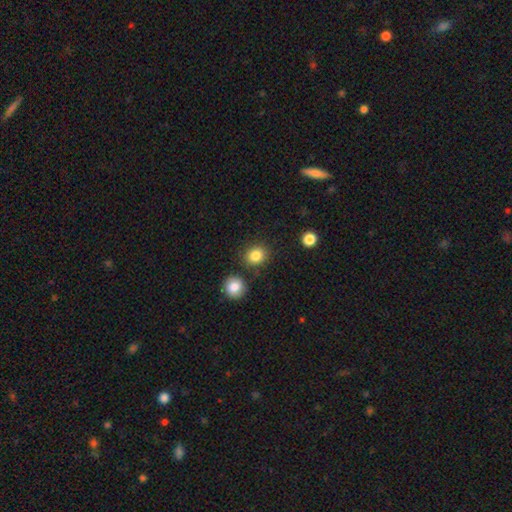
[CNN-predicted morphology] Q: Smooth or featured?
A: smooth (84%); runner-up: star or artifact (10%)
Q: How rounded?
A: round (77%); runner-up: in between (22%)
Q: Merging?
A: none (81%); runner-up: minor disturbance (9%)